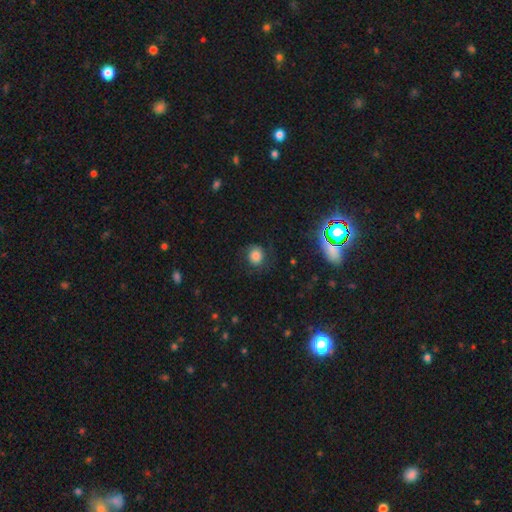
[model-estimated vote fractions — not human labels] Morphology: type=smooth (68%); roundness=round (75%); merging=none (71%).